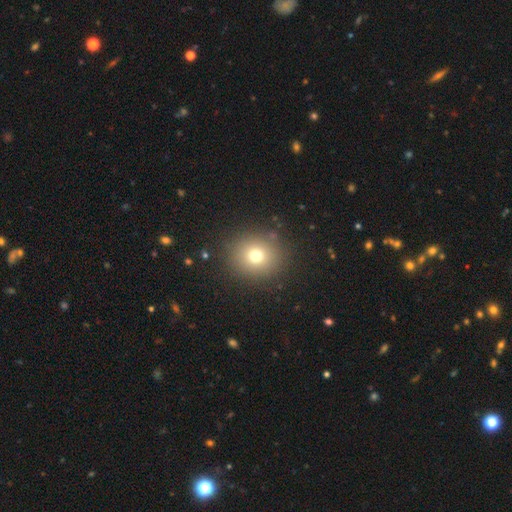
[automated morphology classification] A smooth galaxy with no disk features (72%) that is round (85%).

Vote fractions:
- Smooth or featured? smooth: 72% / star or artifact: 16% / featured or disk: 12%
- How rounded? round: 85% / in between: 14% / cigar-shaped: 1%
- Merging? none: 88% / minor disturbance: 7% / major disturbance: 4% / merger: 1%